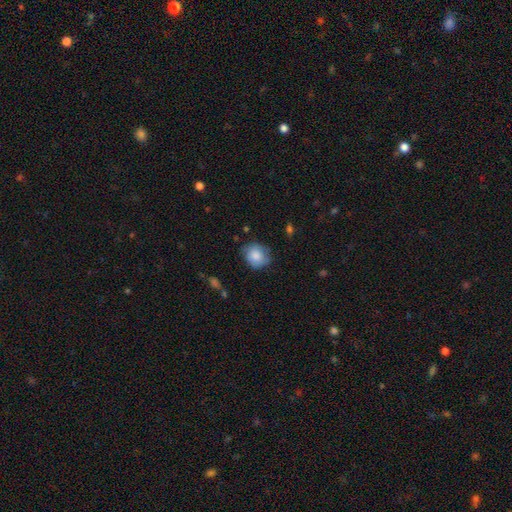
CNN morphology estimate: Smooth or featured? smooth (81%)
How rounded? round (73%)
Merging? none (69%)